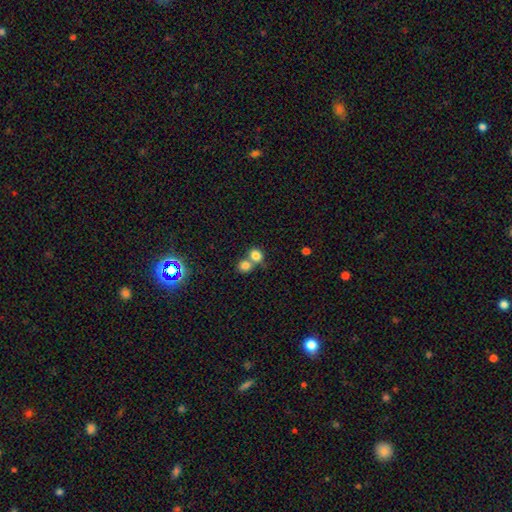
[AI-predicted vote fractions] Q: Smooth or featured?
A: smooth (81%); runner-up: star or artifact (11%)
Q: How rounded?
A: round (71%); runner-up: in between (28%)
Q: Merging?
A: merger (52%); runner-up: none (39%)